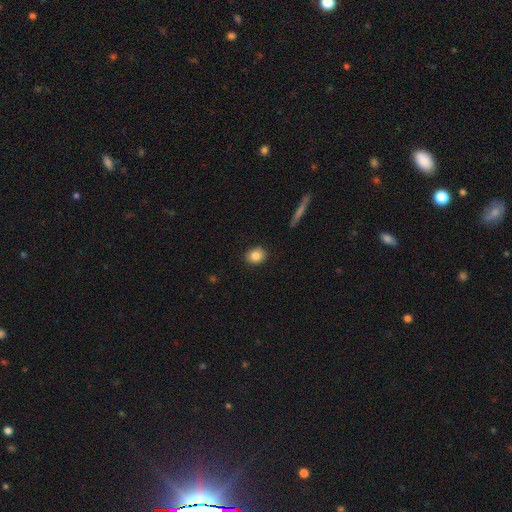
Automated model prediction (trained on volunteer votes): Smooth or featured? Predicted: smooth (p=0.85). How rounded? Predicted: round (p=0.59). Merging? Predicted: none (p=0.90).